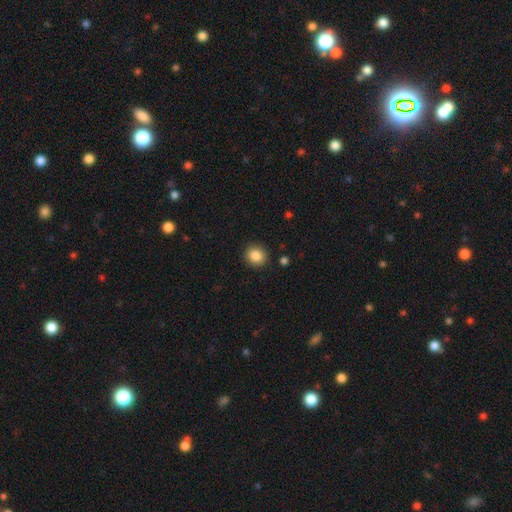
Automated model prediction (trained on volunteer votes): Overall: smooth (86%). How rounded: round (89%). Merging: none (91%).